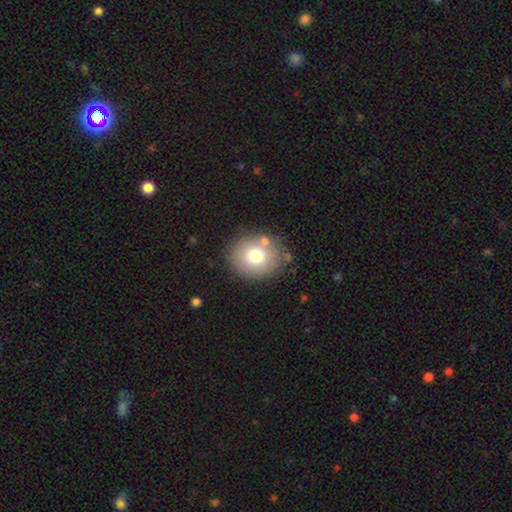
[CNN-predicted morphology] This appears to be a smooth galaxy with no disk features (74%) that is round (69%). Merging: none (79%).